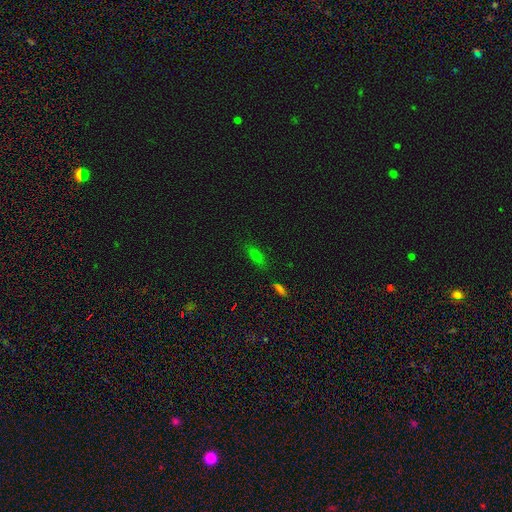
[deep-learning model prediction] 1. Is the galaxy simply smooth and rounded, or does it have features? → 64% smooth, 22% star or artifact, 14% featured or disk.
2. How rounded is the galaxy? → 62% in between, 32% cigar-shaped, 6% round.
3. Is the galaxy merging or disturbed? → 80% none, 13% minor disturbance, 4% major disturbance, 3% merger.